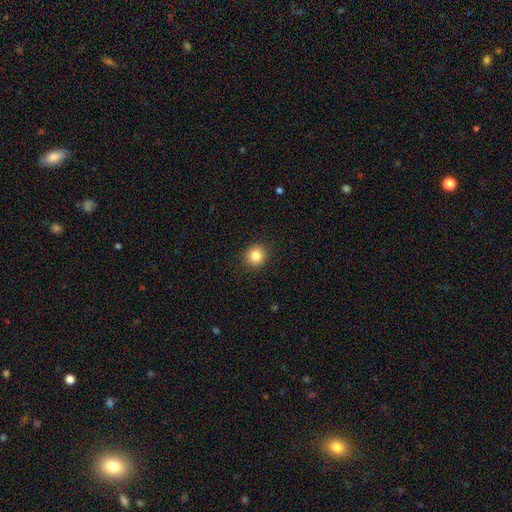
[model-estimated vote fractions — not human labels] Smooth or featured? smooth (84%)
How rounded? round (89%)
Merging? none (92%)